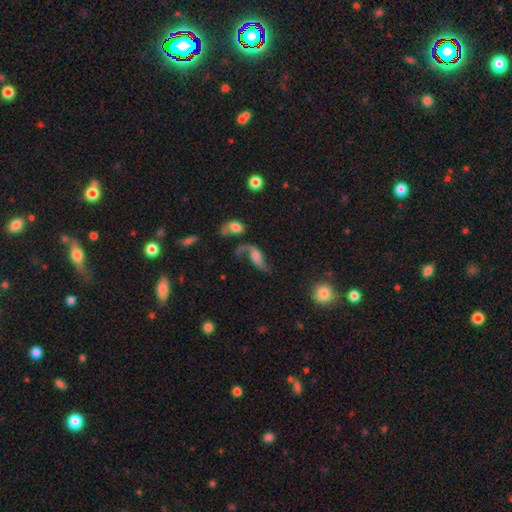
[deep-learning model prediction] A featured or disk galaxy (74%) with no bar (55%), 2 (86%) loose (89%) spiral arms (90%) and a moderate central bulge (33%).

Vote fractions:
- Smooth or featured? featured or disk: 74% / smooth: 17% / star or artifact: 9%
- Edge-on disk? no: 92% / yes: 8%
- Bar? no: 55% / weak: 34% / strong: 11%
- Spiral arms? yes: 90% / no: 10%
- Spiral winding? loose: 89% / medium: 8% / tight: 3%
- Spiral arm count? 2: 86% / 1: 8% / can't tell: 3% / 3: 1% / 4: 1% / more than 4: 1%
- Bulge size? moderate: 33% / small: 32% / none: 20% / large: 12% / dominant: 3%
- Merging? none: 45% / major disturbance: 24% / minor disturbance: 19% / merger: 13%